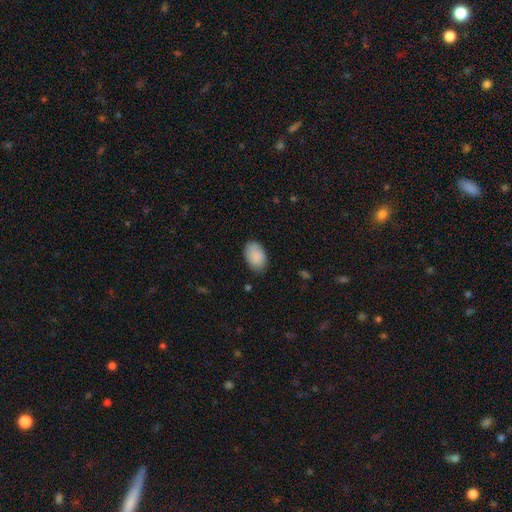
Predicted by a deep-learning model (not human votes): A smooth galaxy with no disk features (89%) that is in between round and cigar-shaped (90%). Merging: none (81%).